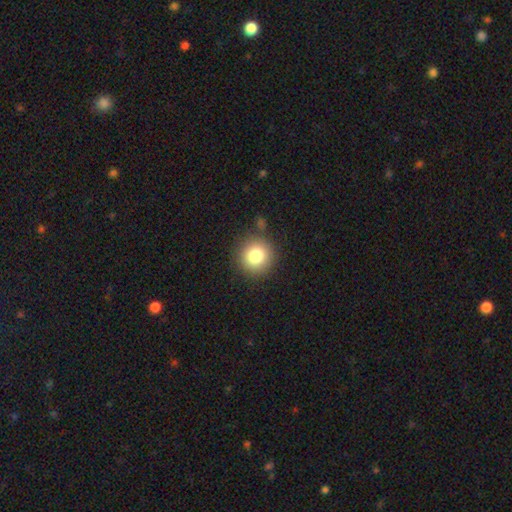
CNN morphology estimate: This is clearly a smooth galaxy (82%). How rounded: clearly round (93%). Merging: clearly none (85%).